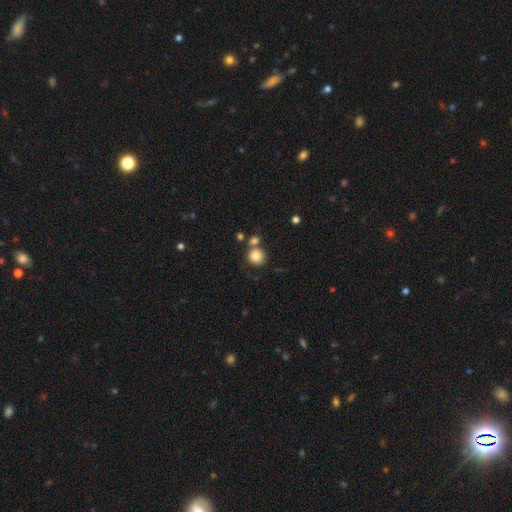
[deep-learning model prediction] Smooth or featured?
  - smooth: 85% *
  - star or artifact: 9%
  - featured or disk: 6%
How rounded?
  - round: 89% *
  - in between: 10%
  - cigar-shaped: 1%
Merging?
  - none: 63% *
  - merger: 22%
  - minor disturbance: 11%
  - major disturbance: 4%